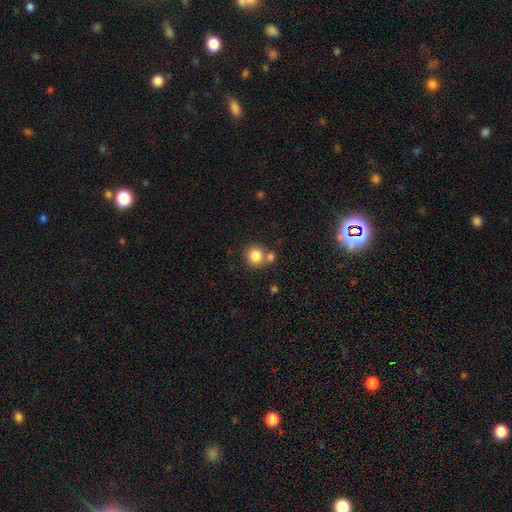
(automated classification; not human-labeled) smooth_or_featured: smooth (p=0.83) [alt: star or artifact p=0.09]
how_rounded: round (p=0.88) [alt: in between p=0.11]
merging: none (p=0.59) [alt: merger p=0.30]